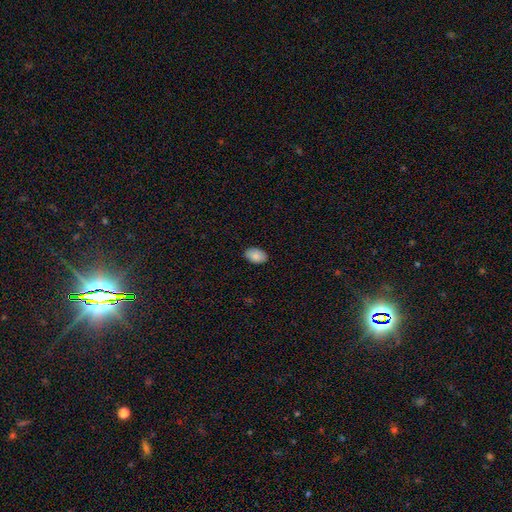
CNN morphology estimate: smooth-or-featured: smooth: 88% | star or artifact: 7% | featured or disk: 6%
  how-rounded: in between: 91% | round: 8% | cigar-shaped: 1%
  merging: none: 89% | minor disturbance: 8% | major disturbance: 2% | merger: 1%